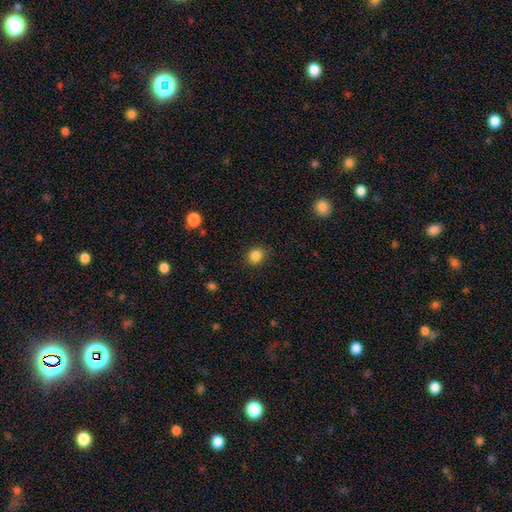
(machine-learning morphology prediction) A smooth galaxy with no disk features (85%) that is round (80%). Merging: none (85%).